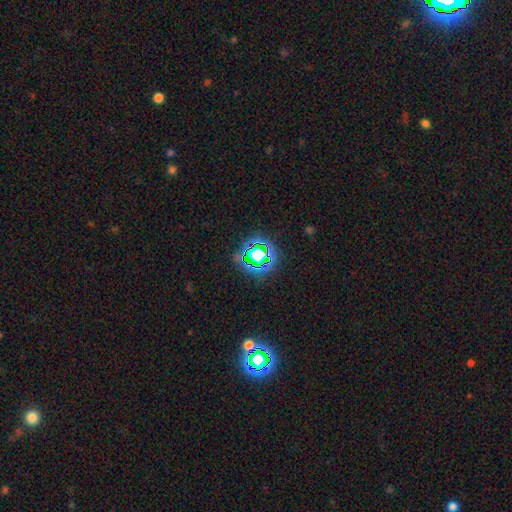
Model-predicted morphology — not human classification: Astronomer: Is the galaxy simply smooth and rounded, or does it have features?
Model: star or artifact — 63%.